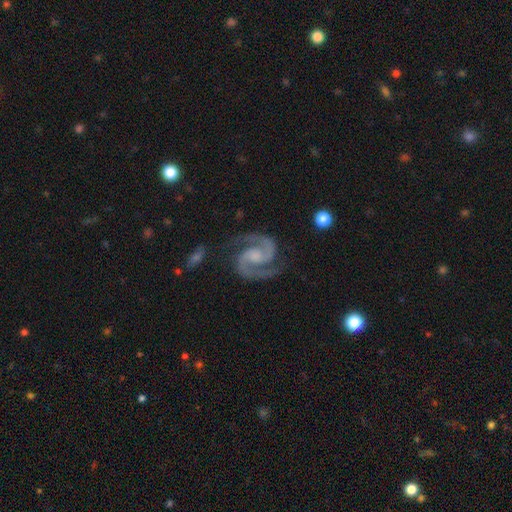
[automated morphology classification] A featured or disk galaxy (94%) with no bar (52%), 2 (95%) medium (63%) spiral arms (99%) and no central bulge (35%).

Vote fractions:
- Smooth or featured? featured or disk: 94% / star or artifact: 4% / smooth: 3%
- Edge-on disk? no: 98% / yes: 2%
- Bar? no: 52% / weak: 36% / strong: 12%
- Spiral arms? yes: 99% / no: 1%
- Spiral winding? medium: 63% / tight: 28% / loose: 9%
- Spiral arm count? 2: 95% / can't tell: 1% / 3: 1% / 1: 1% / 4: 1% / more than 4: 1%
- Bulge size? none: 35% / moderate: 29% / small: 29% / large: 6% / dominant: 1%
- Merging? none: 80% / minor disturbance: 13% / major disturbance: 5% / merger: 2%